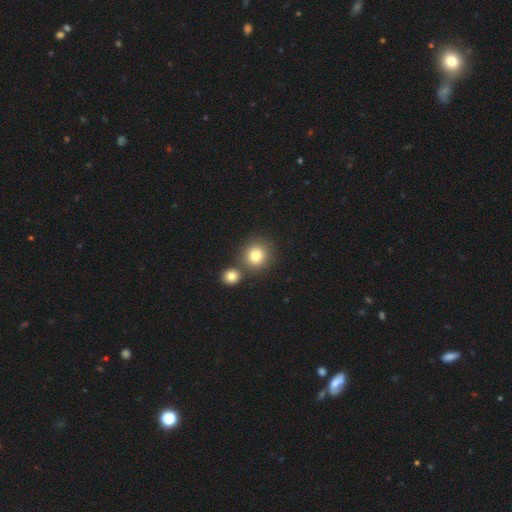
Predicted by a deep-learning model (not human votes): Smooth or featured?
  - smooth: 80% *
  - star or artifact: 12%
  - featured or disk: 8%
How rounded?
  - round: 90% *
  - in between: 9%
  - cigar-shaped: 1%
Merging?
  - none: 72% *
  - merger: 18%
  - minor disturbance: 7%
  - major disturbance: 3%